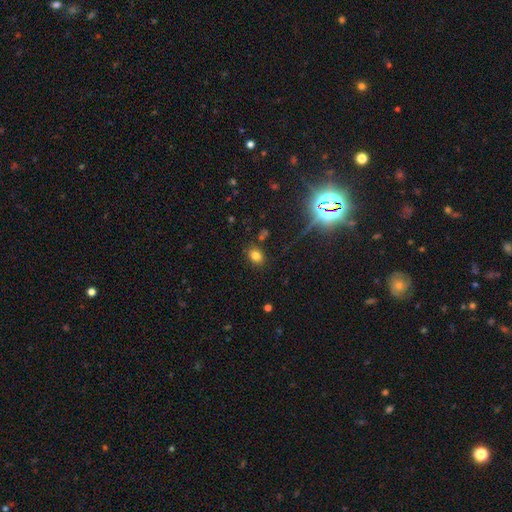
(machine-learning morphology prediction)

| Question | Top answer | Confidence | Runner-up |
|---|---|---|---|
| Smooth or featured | smooth | 76% | star or artifact (16%) |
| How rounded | in between | 56% | round (42%) |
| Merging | none | 82% | minor disturbance (10%) |